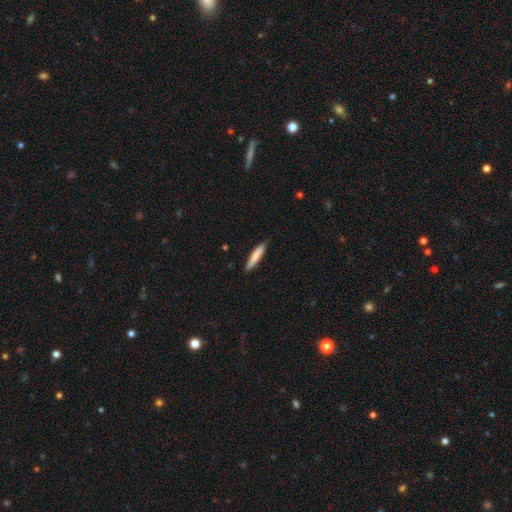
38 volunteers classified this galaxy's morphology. smooth 84%, featured or disk 8%, star or artifact 8%. Down the decision tree: how rounded — cigar-shaped (94%); merging — none (86%).